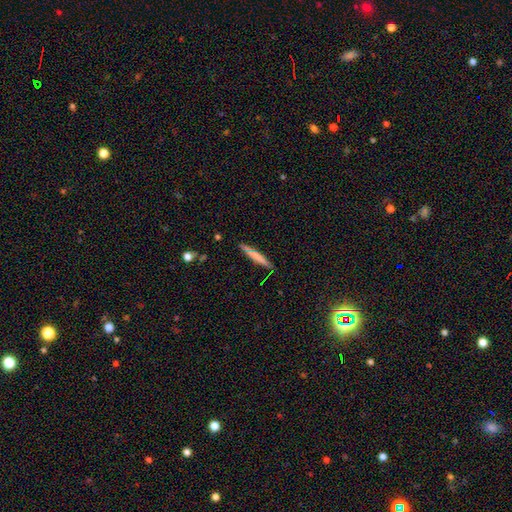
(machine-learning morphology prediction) smooth-or-featured: smooth: 64% | featured or disk: 29% | star or artifact: 6%
  how-rounded: cigar-shaped: 95% | in between: 4% | round: 1%
  merging: none: 85% | minor disturbance: 11% | merger: 2% | major disturbance: 2%